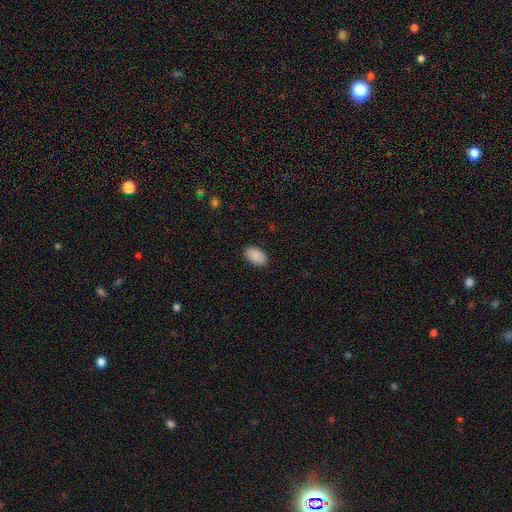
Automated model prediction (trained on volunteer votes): Morphology: type=smooth (90%); roundness=in between (94%); merging=none (89%).